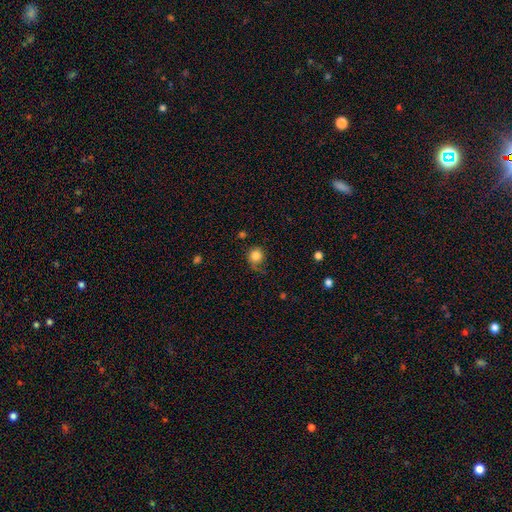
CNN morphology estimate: smooth_or_featured: smooth (p=0.82) [alt: star or artifact p=0.09]
how_rounded: round (p=0.87) [alt: in between p=0.12]
merging: none (p=0.58) [alt: minor disturbance p=0.24]